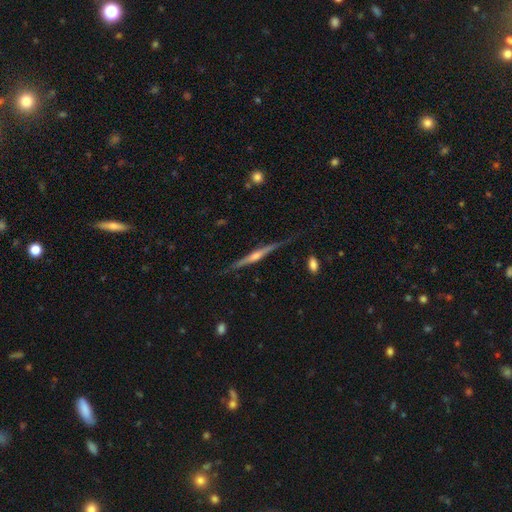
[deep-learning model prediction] featured or disk 83%, smooth 12%, star or artifact 6%. Down the decision tree: edge-on disk — yes (98%); edge-on bulge — rounded (83%); merging — none (84%).